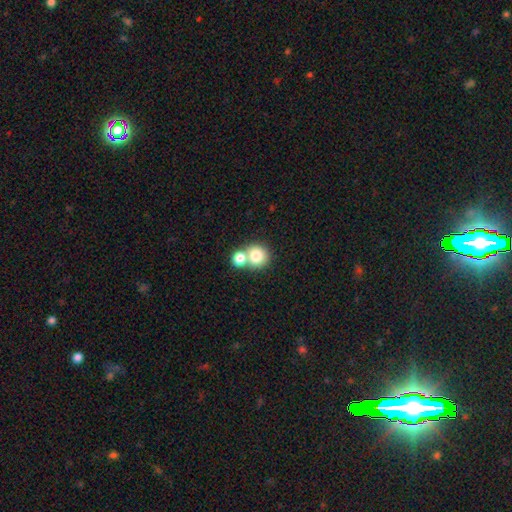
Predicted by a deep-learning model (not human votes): A smooth galaxy with no disk features (79%) that is round (85%). Merging: merger (52%).